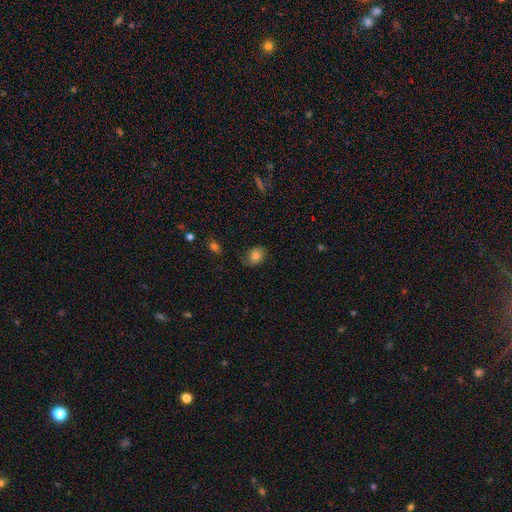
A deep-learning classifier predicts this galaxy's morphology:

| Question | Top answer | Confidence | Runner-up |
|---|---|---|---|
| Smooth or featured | smooth | 75% | featured or disk (15%) |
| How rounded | in between | 63% | round (35%) |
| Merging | none | 69% | minor disturbance (22%) |